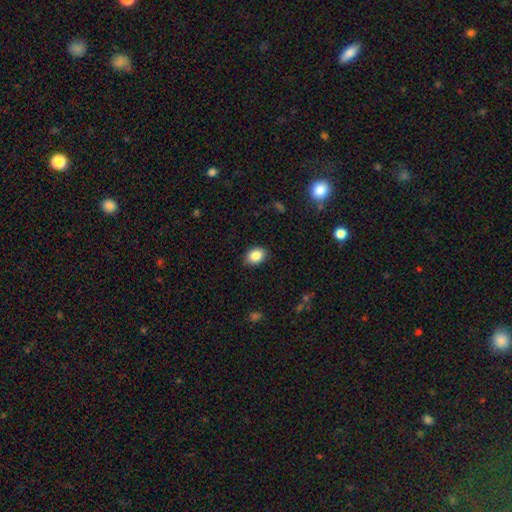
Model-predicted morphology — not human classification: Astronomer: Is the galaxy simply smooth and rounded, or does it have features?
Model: smooth — 86%.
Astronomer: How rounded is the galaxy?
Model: in between — 72%.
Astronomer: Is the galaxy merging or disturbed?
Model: none — 87%.